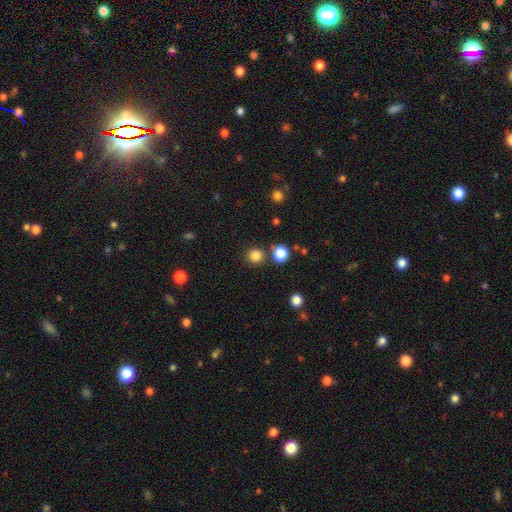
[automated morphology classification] Smooth or featured? Predicted: smooth (p=0.83). How rounded? Predicted: round (p=0.91). Merging? Predicted: none (p=0.82).